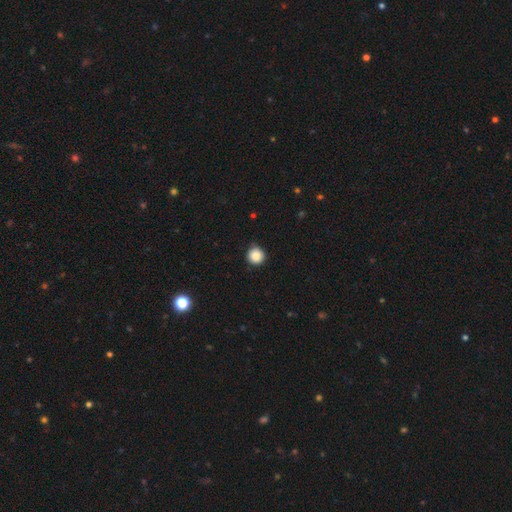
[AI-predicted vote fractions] This is clearly a smooth galaxy (87%). How rounded: clearly round (95%). Merging: clearly none (83%).